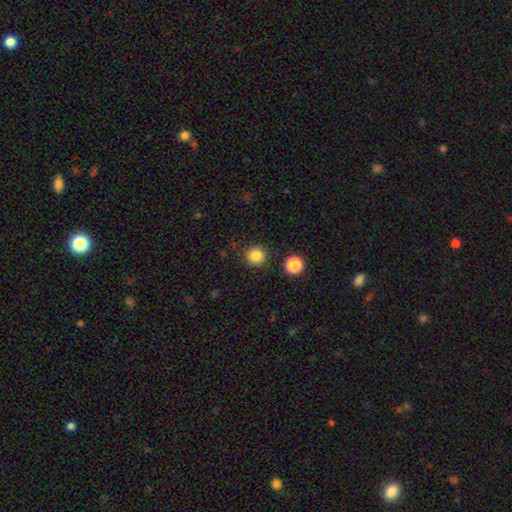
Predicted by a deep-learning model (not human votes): smooth_or_featured: smooth (p=0.85) [alt: star or artifact p=0.11]
how_rounded: round (p=0.92) [alt: in between p=0.08]
merging: none (p=0.88) [alt: minor disturbance p=0.07]